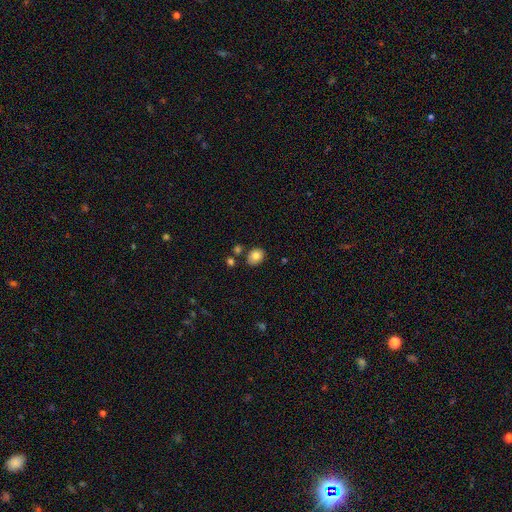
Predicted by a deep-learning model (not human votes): The model was most divided on "how rounded": in between: 61%, round: 38%, cigar-shaped: 1%. More confident: smooth or featured — smooth (82%); merging — none (76%).